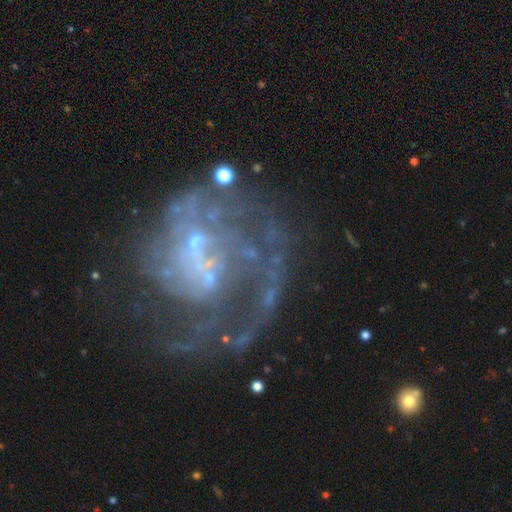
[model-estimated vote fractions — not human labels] Smooth or featured? Predicted: featured or disk (p=0.77). Edge-on disk? Predicted: no (p=0.98). Bar? Predicted: no (p=0.67). Spiral arms? Predicted: yes (p=0.73). Spiral winding? Predicted: loose (p=0.37). Spiral arm count? Predicted: 1 (p=0.30, tied with can't tell). Bulge size? Predicted: small (p=0.49). Merging? Predicted: none (p=0.39).